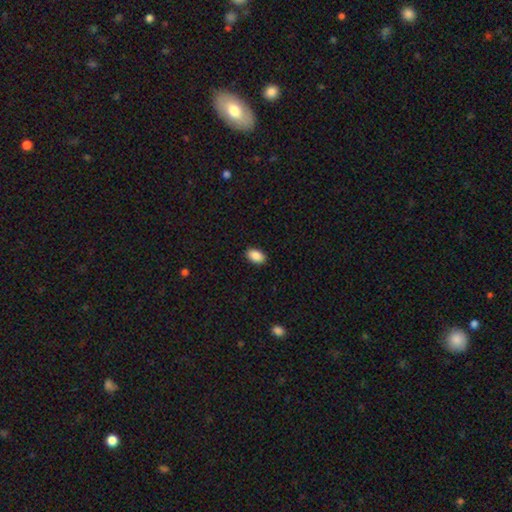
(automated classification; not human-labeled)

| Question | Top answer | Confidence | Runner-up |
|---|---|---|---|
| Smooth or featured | smooth | 89% | star or artifact (8%) |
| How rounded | in between | 91% | round (7%) |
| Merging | none | 90% | minor disturbance (8%) |